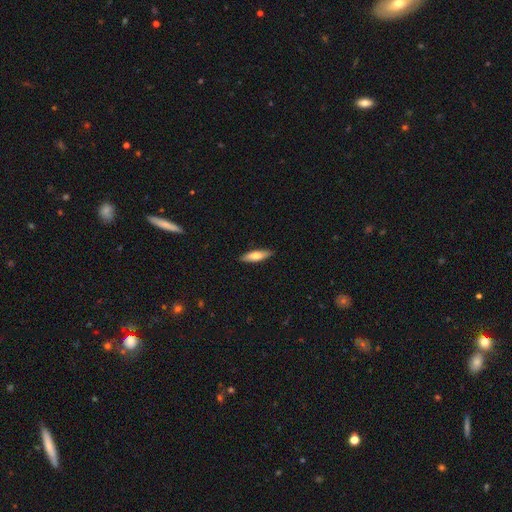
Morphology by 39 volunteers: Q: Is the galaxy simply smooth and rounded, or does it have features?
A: smooth — 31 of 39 (79%).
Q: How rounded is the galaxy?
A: in between — 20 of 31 (65%).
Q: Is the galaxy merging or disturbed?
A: none — 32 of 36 (89%).